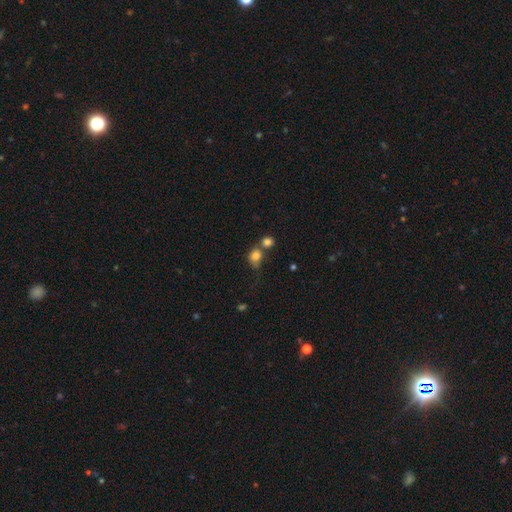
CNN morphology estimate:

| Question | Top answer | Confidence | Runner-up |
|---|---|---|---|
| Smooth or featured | smooth | 80% | star or artifact (11%) |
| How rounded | round | 66% | in between (33%) |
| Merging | none | 40% | merger (38%) |